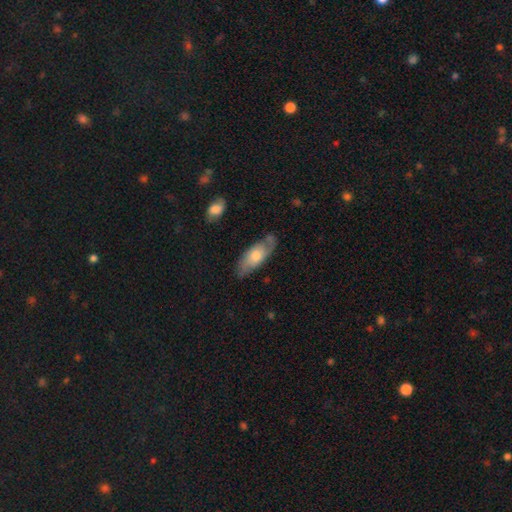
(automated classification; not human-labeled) A smooth galaxy with no disk features (50%) that is in between round and cigar-shaped (79%).

Vote fractions:
- Smooth or featured? smooth: 50% / featured or disk: 44% / star or artifact: 6%
- How rounded? in between: 79% / cigar-shaped: 19% / round: 3%
- Merging? none: 69% / minor disturbance: 22% / major disturbance: 6% / merger: 3%